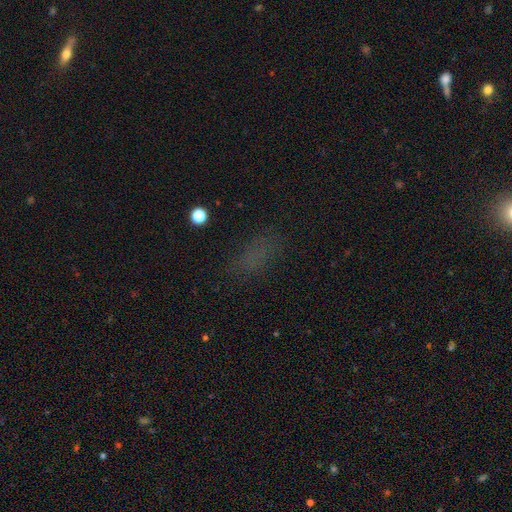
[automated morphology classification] This is likely a smooth galaxy (64%). How rounded: clearly in between (81%). Merging: likely none (77%).